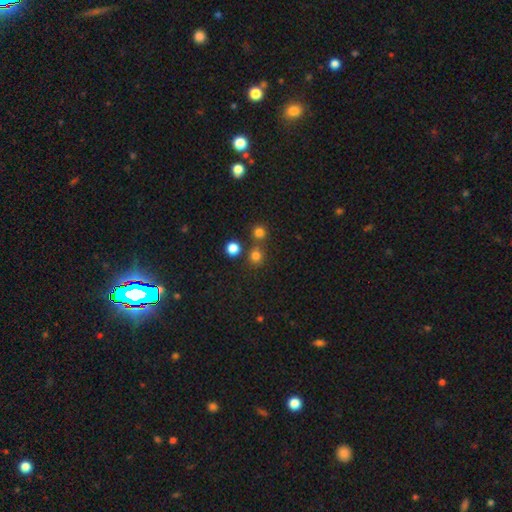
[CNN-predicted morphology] Smooth or featured? smooth (76%)
How rounded? round (88%)
Merging? none (71%)